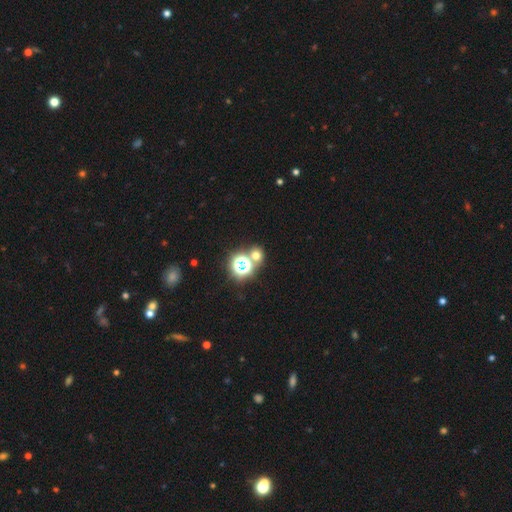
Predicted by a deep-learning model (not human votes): Morphology: type=smooth (55%); roundness=round (82%); merging=none (68%).